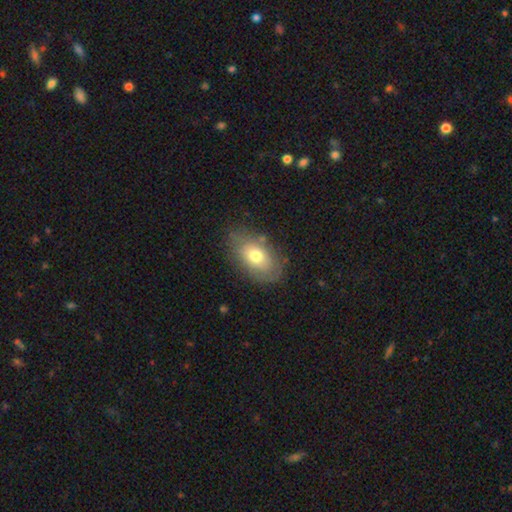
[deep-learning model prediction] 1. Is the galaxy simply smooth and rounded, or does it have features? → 66% smooth, 26% featured or disk, 8% star or artifact.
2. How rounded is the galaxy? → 88% in between, 10% round, 2% cigar-shaped.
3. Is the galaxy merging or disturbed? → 74% none, 18% minor disturbance, 6% major disturbance, 2% merger.